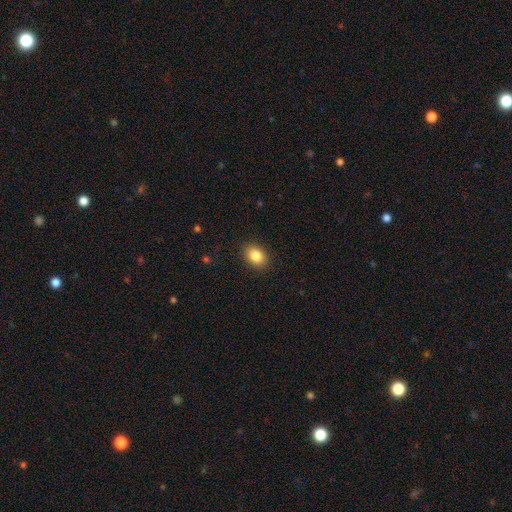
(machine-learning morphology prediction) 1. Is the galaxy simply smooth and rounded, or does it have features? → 86% smooth, 9% star or artifact, 6% featured or disk.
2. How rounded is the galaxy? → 66% in between, 33% round, 1% cigar-shaped.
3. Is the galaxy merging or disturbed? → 89% none, 8% minor disturbance, 2% major disturbance, 1% merger.